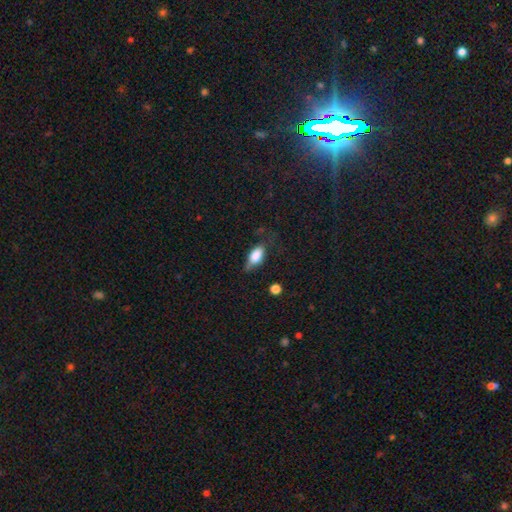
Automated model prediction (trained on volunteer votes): Smooth or featured: smooth — 77% (featured or disk — 15%)
How rounded: in between — 86% (cigar-shaped — 10%)
Merging: none — 52% (minor disturbance — 31%)